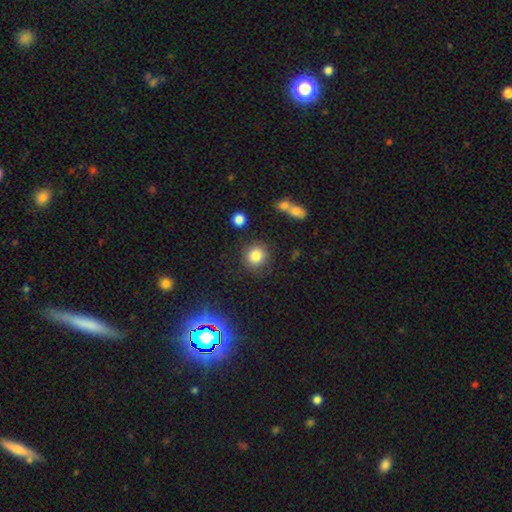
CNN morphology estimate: smooth-or-featured: smooth: 83% | star or artifact: 11% | featured or disk: 6%
  how-rounded: round: 87% | in between: 12% | cigar-shaped: 1%
  merging: none: 82% | minor disturbance: 11% | major disturbance: 4% | merger: 4%